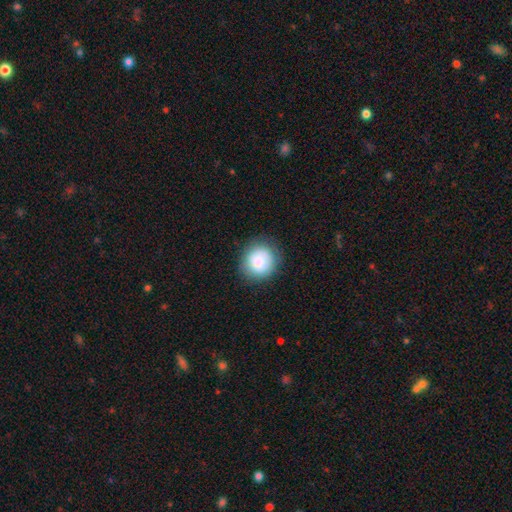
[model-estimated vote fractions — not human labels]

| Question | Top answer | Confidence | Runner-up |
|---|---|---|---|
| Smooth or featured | smooth | 82% | featured or disk (10%) |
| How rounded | round | 85% | in between (14%) |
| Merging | none | 82% | minor disturbance (13%) |